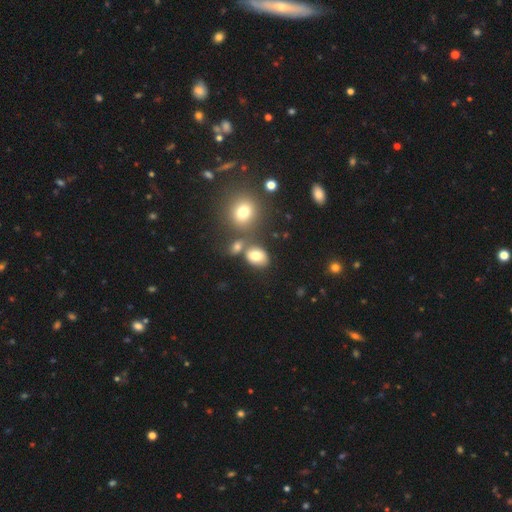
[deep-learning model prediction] Overall: smooth (77%). How rounded: in between (63%; round 36%). Merging: none (62%).